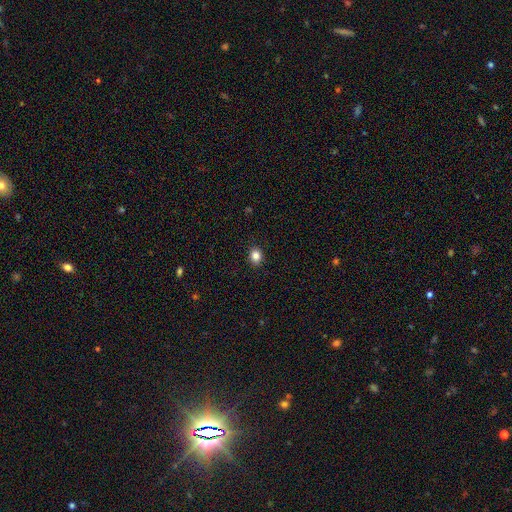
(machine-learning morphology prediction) Smooth or featured: smooth — 85% (star or artifact — 11%)
How rounded: round — 58% (in between — 41%)
Merging: none — 91% (minor disturbance — 7%)